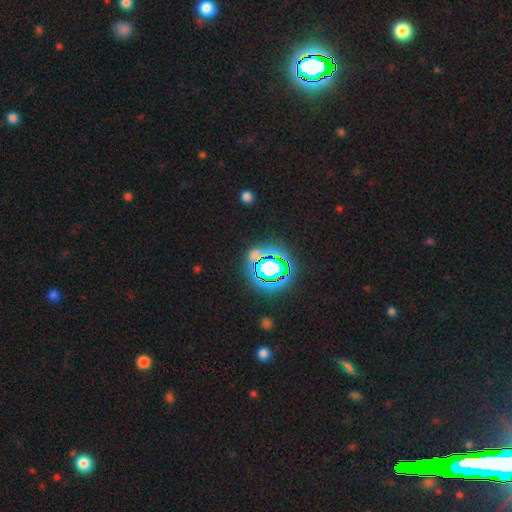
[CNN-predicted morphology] Q: Smooth or featured?
A: star or artifact (66%); runner-up: smooth (22%)